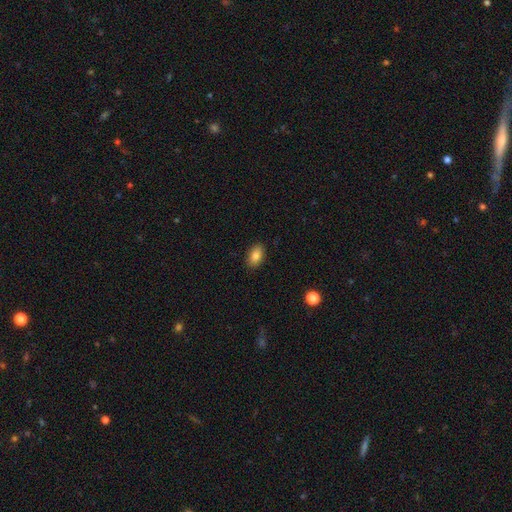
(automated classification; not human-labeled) Smooth or featured?
  - smooth: 83% *
  - star or artifact: 9%
  - featured or disk: 8%
How rounded?
  - in between: 89% *
  - round: 10%
  - cigar-shaped: 2%
Merging?
  - none: 88% *
  - minor disturbance: 9%
  - major disturbance: 2%
  - merger: 1%